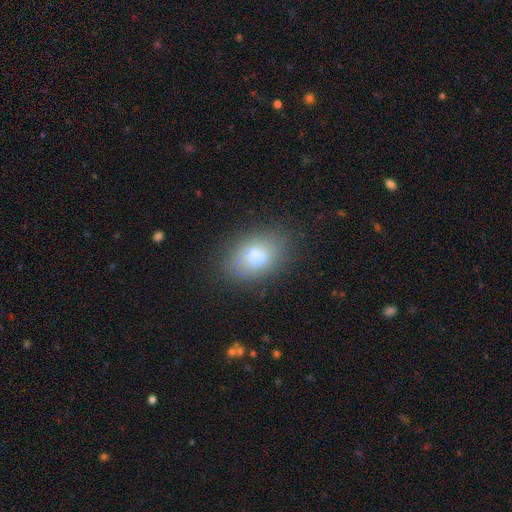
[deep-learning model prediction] Overall: smooth (78%). How rounded: in between (83%). Merging: none (79%).